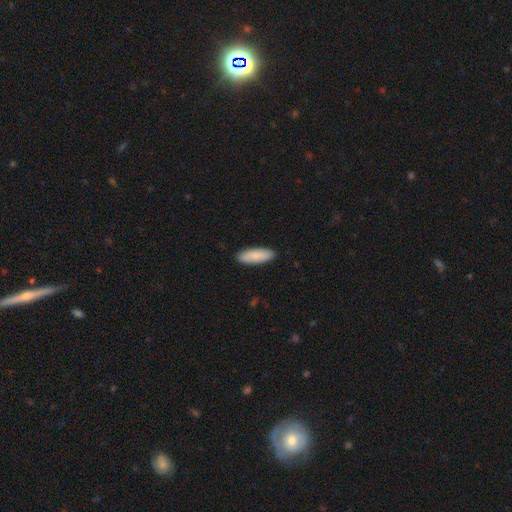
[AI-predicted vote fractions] Overall: smooth (87%). How rounded: in between (64%; cigar-shaped 35%). Merging: none (90%).